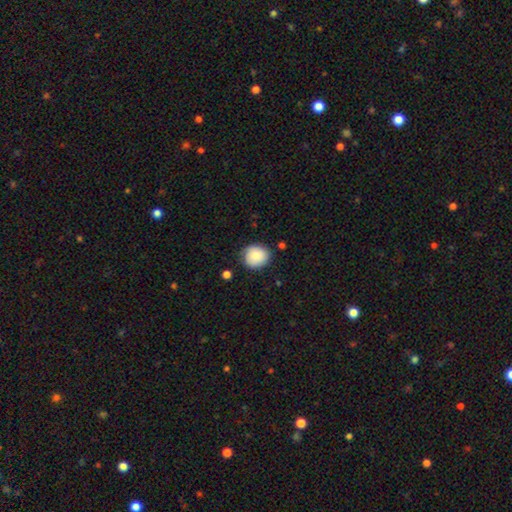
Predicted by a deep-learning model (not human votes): Smooth or featured? smooth (84%)
How rounded? round (80%)
Merging? none (79%)